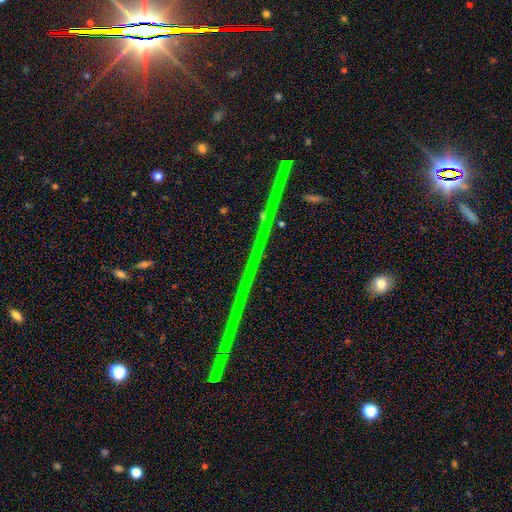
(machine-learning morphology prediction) The model was most divided on "smooth or featured": star or artifact: 79%, featured or disk: 14%, smooth: 7%.